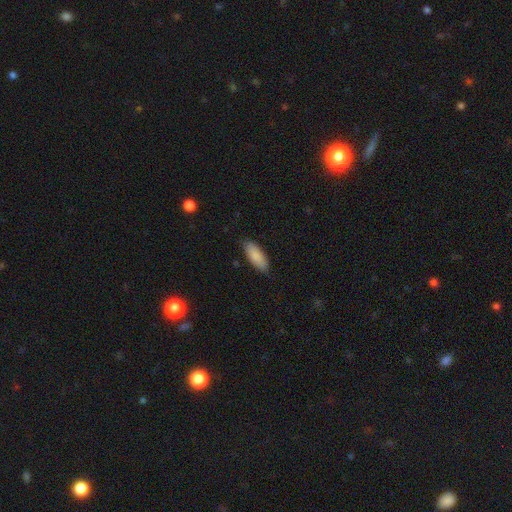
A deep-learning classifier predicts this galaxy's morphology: Smooth or featured: smooth — 88% (featured or disk — 6%)
How rounded: in between — 75% (cigar-shaped — 24%)
Merging: none — 84% (minor disturbance — 13%)